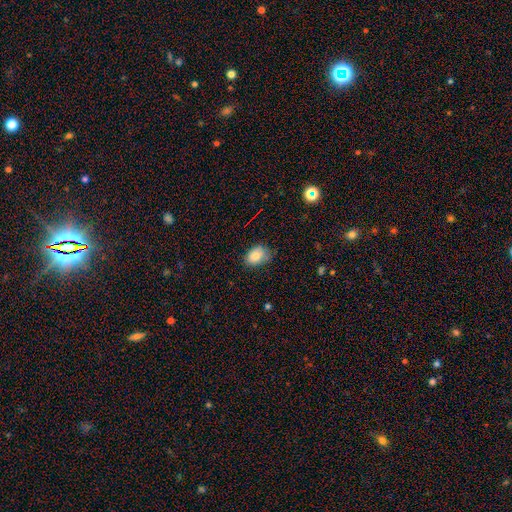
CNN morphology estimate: Smooth or featured? smooth (83%)
How rounded? in between (80%)
Merging? none (69%)